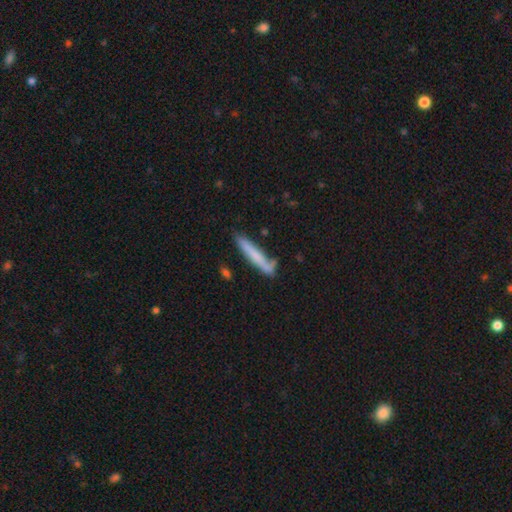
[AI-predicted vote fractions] smooth_or_featured: smooth (p=0.67) [alt: featured or disk p=0.27]
how_rounded: cigar-shaped (p=0.93) [alt: in between p=0.05]
merging: none (p=0.67) [alt: minor disturbance p=0.20]